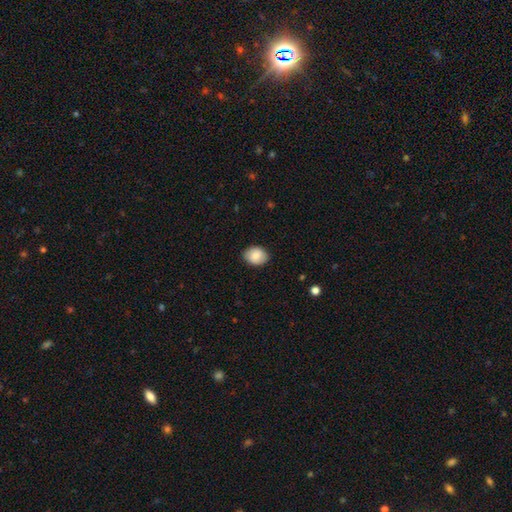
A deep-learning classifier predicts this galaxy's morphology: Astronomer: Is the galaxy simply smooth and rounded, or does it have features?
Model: smooth — 85%.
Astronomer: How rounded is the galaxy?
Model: in between — 62%.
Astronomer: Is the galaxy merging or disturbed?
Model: none — 86%.